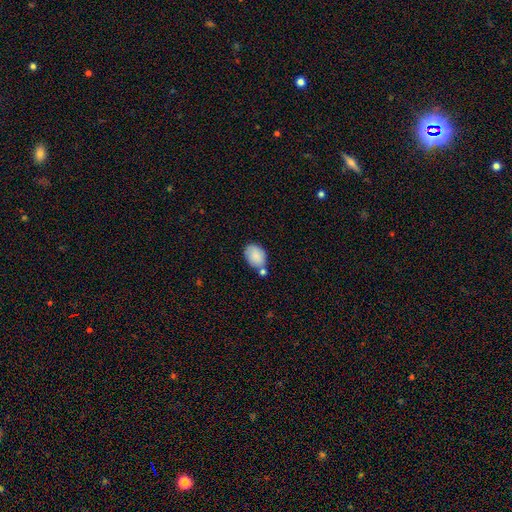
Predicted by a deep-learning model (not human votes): Smooth or featured?
  - smooth: 86% *
  - featured or disk: 8%
  - star or artifact: 7%
How rounded?
  - in between: 81% *
  - round: 18%
  - cigar-shaped: 1%
Merging?
  - none: 57% *
  - minor disturbance: 20%
  - merger: 19%
  - major disturbance: 5%